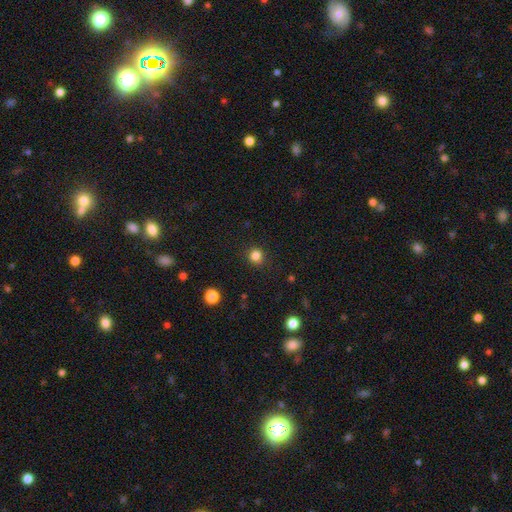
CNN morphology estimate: Smooth or featured: smooth — 82% (star or artifact — 14%)
How rounded: round — 90% (in between — 9%)
Merging: none — 89% (minor disturbance — 8%)